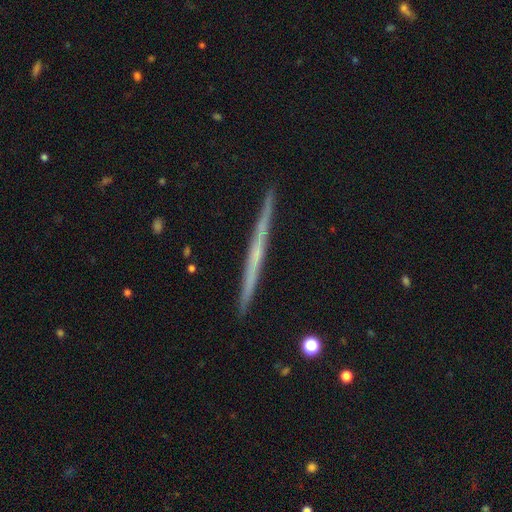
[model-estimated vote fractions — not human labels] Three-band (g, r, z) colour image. It shows a featured or disk galaxy (69%) viewed edge-on (98%) with no central bulge (75%). Merging: none (92%).